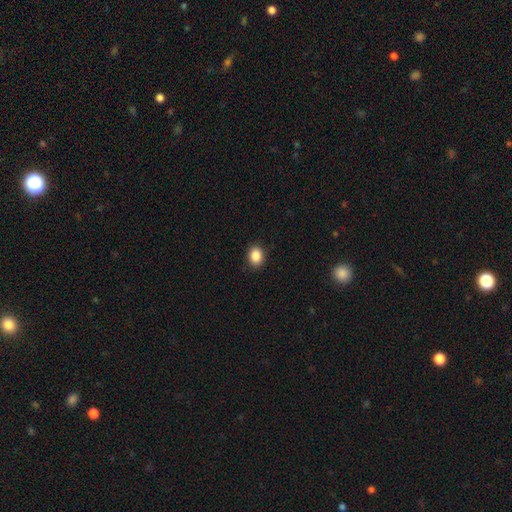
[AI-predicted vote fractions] smooth_or_featured: smooth (p=0.88) [alt: star or artifact p=0.09]
how_rounded: in between (p=0.52) [alt: round p=0.47]
merging: none (p=0.90) [alt: minor disturbance p=0.07]